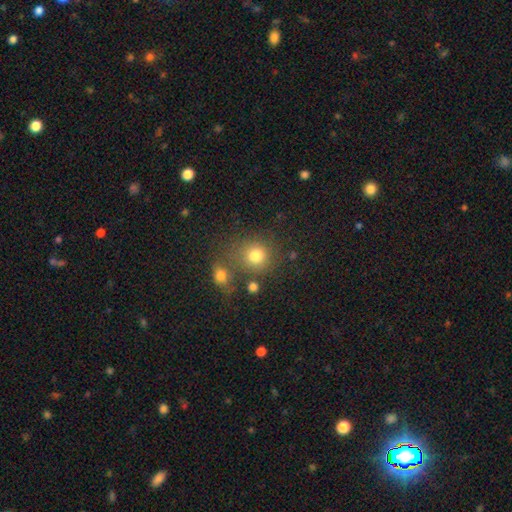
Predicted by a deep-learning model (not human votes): Smooth or featured? smooth (78%)
How rounded? round (85%)
Merging? none (65%)